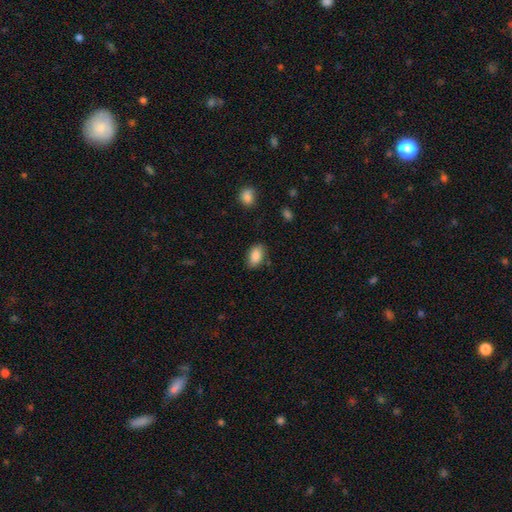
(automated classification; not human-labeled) Smooth or featured? smooth (88%)
How rounded? in between (92%)
Merging? none (82%)